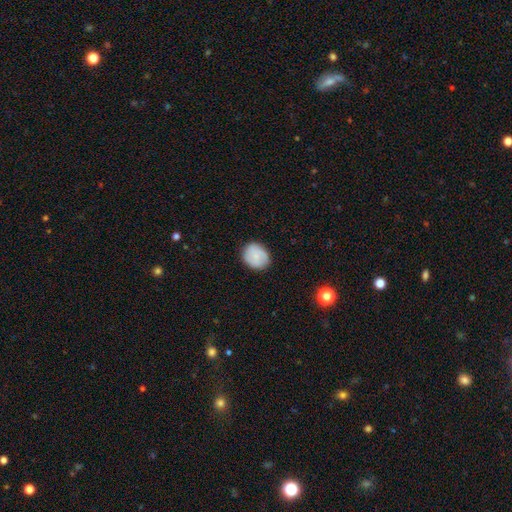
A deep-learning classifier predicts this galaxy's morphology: Overall: smooth (74%). How rounded: round (66%; in between 33%). Merging: none (84%).